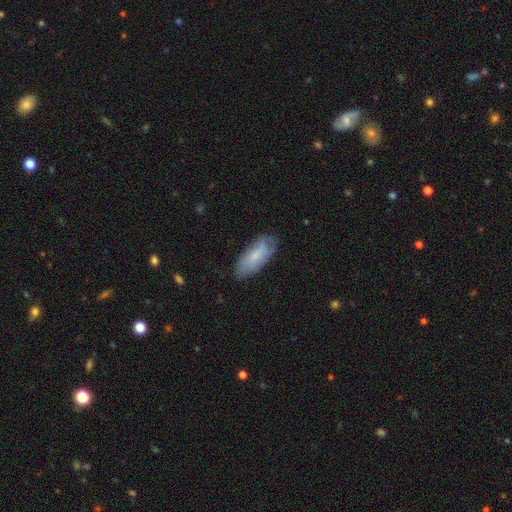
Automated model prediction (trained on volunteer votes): smooth_or_featured: smooth (p=0.73) [alt: featured or disk p=0.21]
how_rounded: in between (p=0.80) [alt: cigar-shaped p=0.18]
merging: none (p=0.73) [alt: minor disturbance p=0.20]